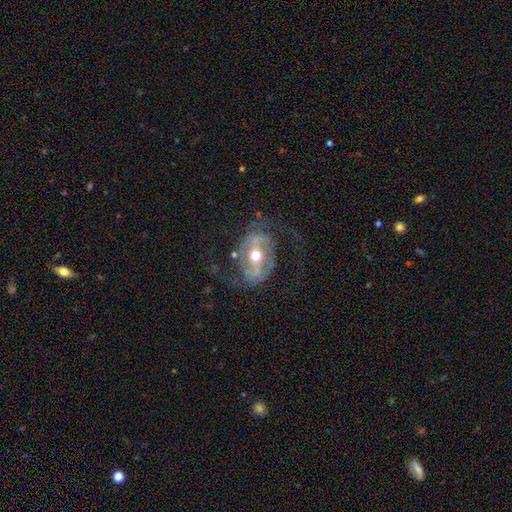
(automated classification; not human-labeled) Morphology: type=featured or disk (79%); edge-on=no (93%); bar=strong (51%); spiral arms=yes (68%); bulge=moderate (77%); merging=none (62%).